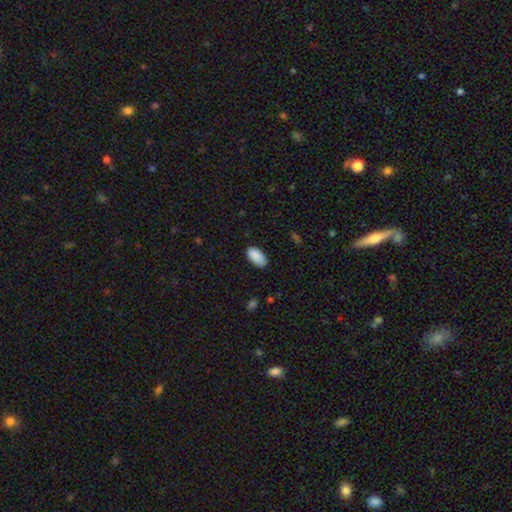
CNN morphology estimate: The model was most divided on "merging": none: 79%, minor disturbance: 17%, major disturbance: 3%, merger: 1%. More confident: how rounded — in between (94%); smooth or featured — smooth (88%).